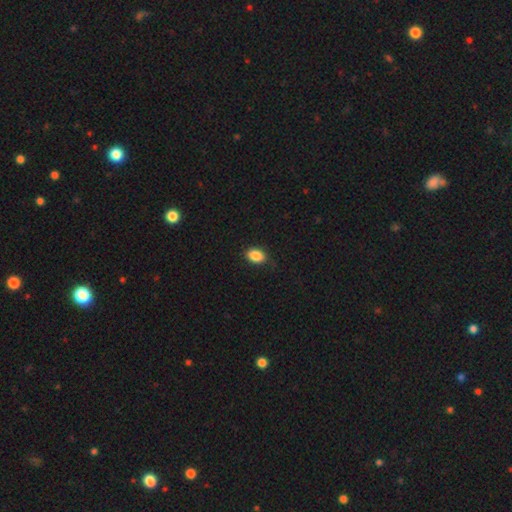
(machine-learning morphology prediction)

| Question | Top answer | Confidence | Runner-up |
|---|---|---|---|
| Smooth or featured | smooth | 88% | star or artifact (8%) |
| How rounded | in between | 82% | round (17%) |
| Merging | none | 84% | minor disturbance (13%) |